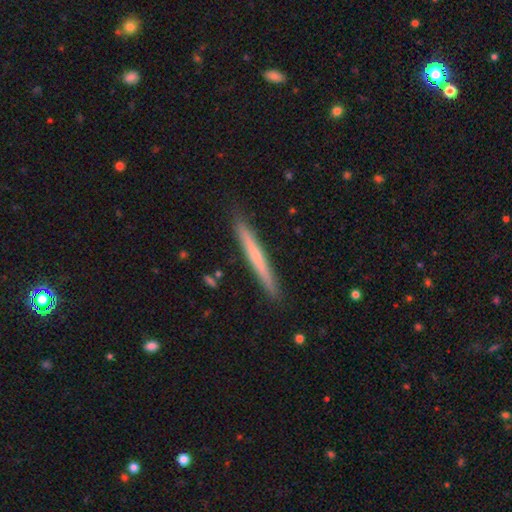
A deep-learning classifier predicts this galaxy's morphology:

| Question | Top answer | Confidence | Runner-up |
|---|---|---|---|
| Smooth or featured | smooth | 52% | featured or disk (42%) |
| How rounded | cigar-shaped | 97% | in between (2%) |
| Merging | none | 91% | minor disturbance (7%) |